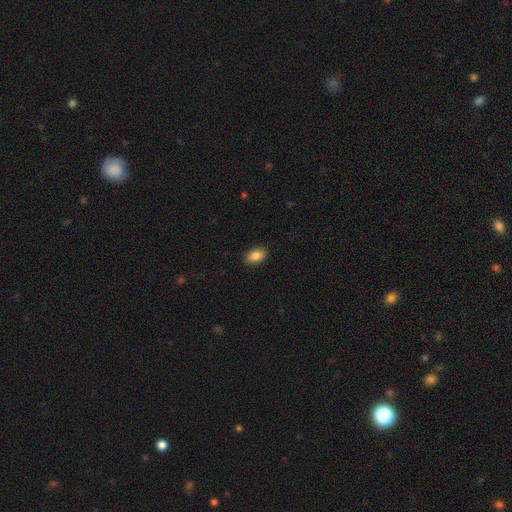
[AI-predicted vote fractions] A smooth galaxy with no disk features (86%) that is in between round and cigar-shaped (89%).

Vote fractions:
- Smooth or featured? smooth: 86% / star or artifact: 8% / featured or disk: 6%
- How rounded? in between: 89% / round: 9% / cigar-shaped: 2%
- Merging? none: 88% / minor disturbance: 9% / major disturbance: 2% / merger: 1%